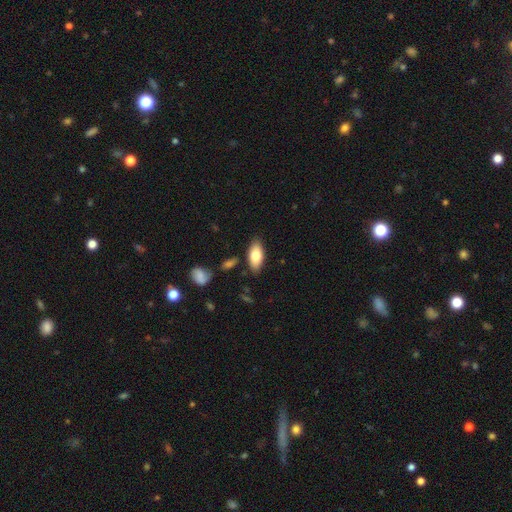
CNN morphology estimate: Smooth or featured? Predicted: smooth (p=0.78). How rounded? Predicted: in between (p=0.90). Merging? Predicted: none (p=0.83).